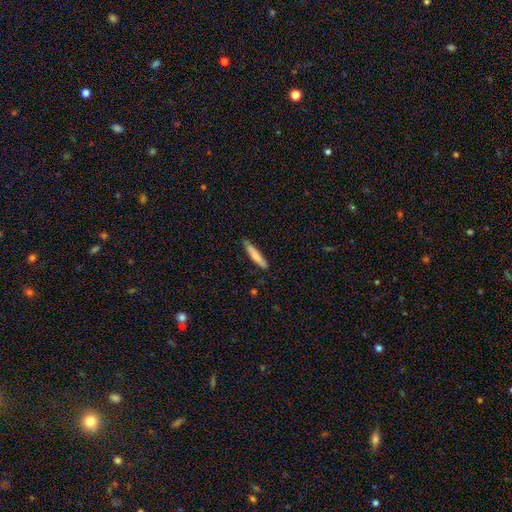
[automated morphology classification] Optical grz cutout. It shows a smooth galaxy with no disk features (79%) that is cigar-shaped (90%). Merging: none (83%).